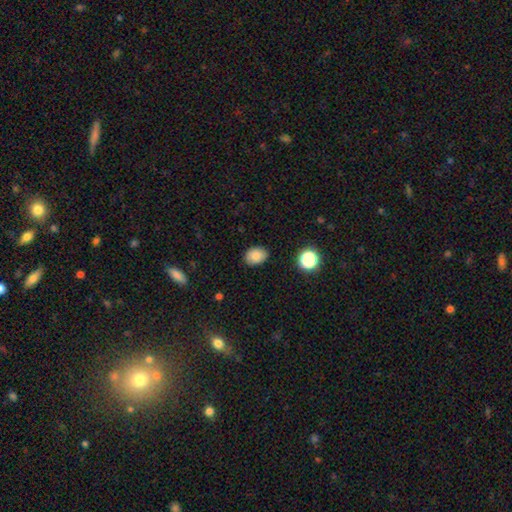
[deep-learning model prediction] The model was most divided on "how rounded": in between: 70%, round: 30%, cigar-shaped: 1%. More confident: smooth or featured — smooth (84%); merging — none (84%).